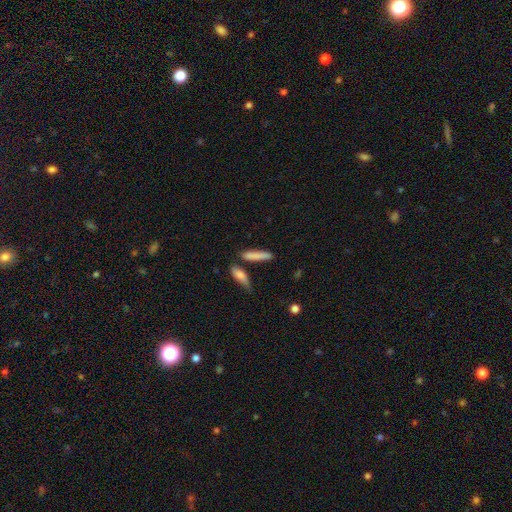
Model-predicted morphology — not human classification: A smooth galaxy with no disk features (80%) that is cigar-shaped (82%). Merging: none (70%).